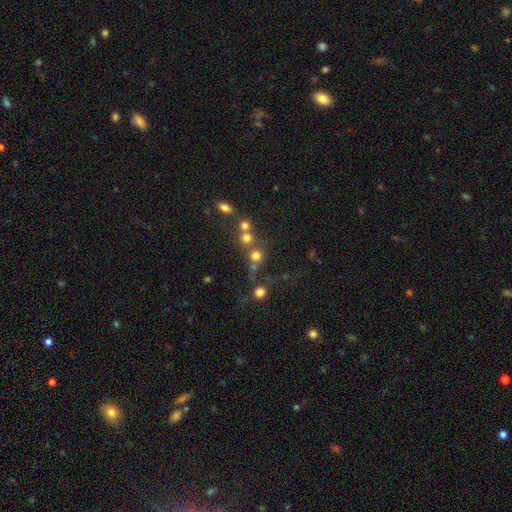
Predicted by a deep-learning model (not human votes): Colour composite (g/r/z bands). It shows a smooth galaxy with no disk features (69%) that is round (89%). Merging: none (53%).